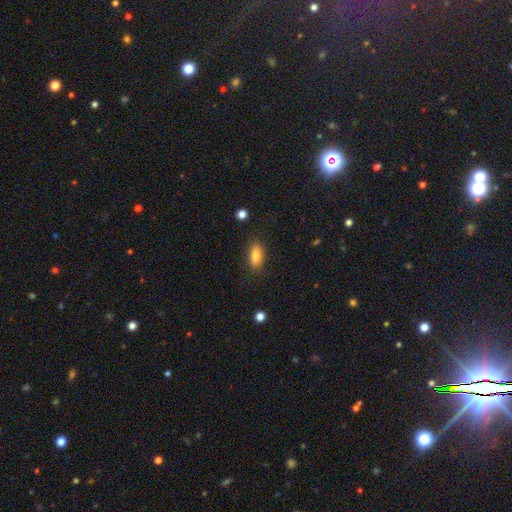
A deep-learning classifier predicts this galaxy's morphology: smooth 83%, featured or disk 9%, star or artifact 8%. Down the decision tree: how rounded — in between (81%); merging — none (84%).